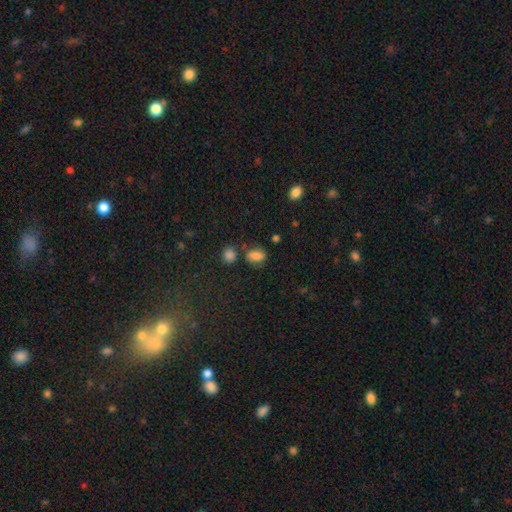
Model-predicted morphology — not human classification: A smooth galaxy with no disk features (77%) that is in between round and cigar-shaped (75%).

Vote fractions:
- Smooth or featured? smooth: 77% / star or artifact: 13% / featured or disk: 10%
- How rounded? in between: 75% / round: 22% / cigar-shaped: 3%
- Merging? none: 61% / minor disturbance: 20% / merger: 12% / major disturbance: 7%